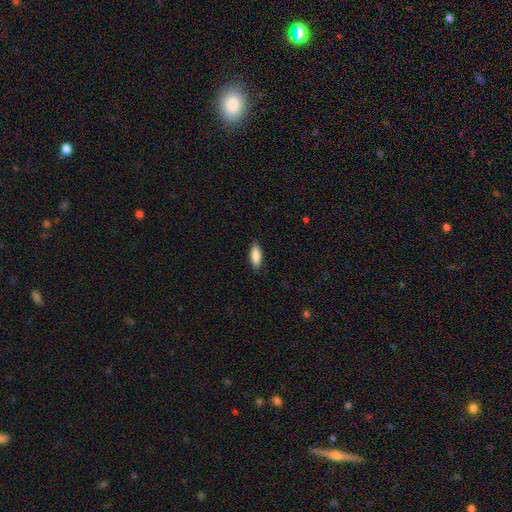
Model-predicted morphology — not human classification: The model was most divided on "how rounded": in between: 71%, cigar-shaped: 27%, round: 2%. More confident: merging — none (89%); smooth or featured — smooth (89%).